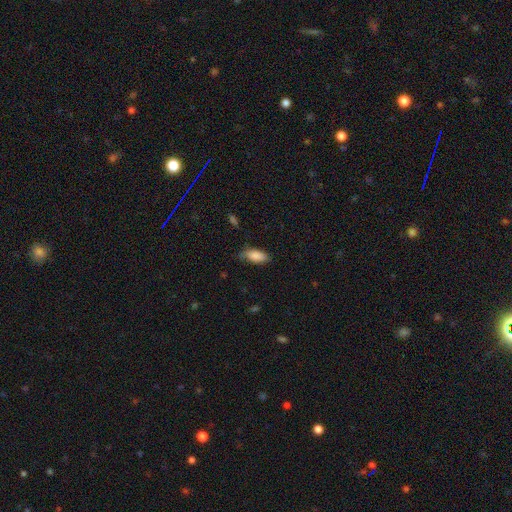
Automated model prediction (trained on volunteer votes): smooth-or-featured: smooth: 86% | featured or disk: 7% | star or artifact: 7%
  how-rounded: in between: 85% | cigar-shaped: 13% | round: 2%
  merging: none: 68% | minor disturbance: 25% | major disturbance: 5% | merger: 2%